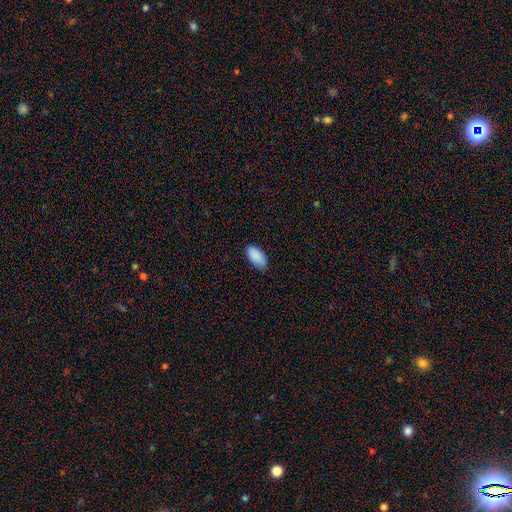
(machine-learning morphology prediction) Q: Smooth or featured?
A: smooth (90%); runner-up: star or artifact (6%)
Q: How rounded?
A: in between (94%); runner-up: cigar-shaped (4%)
Q: Merging?
A: none (79%); runner-up: minor disturbance (18%)